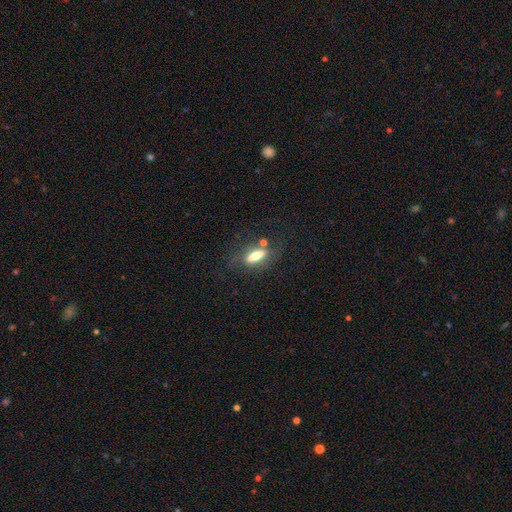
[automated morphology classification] A smooth galaxy with no disk features (59%) that is in between round and cigar-shaped (50%).

Vote fractions:
- Smooth or featured? smooth: 59% / featured or disk: 32% / star or artifact: 10%
- How rounded? in between: 50% / cigar-shaped: 45% / round: 4%
- Merging? none: 63% / minor disturbance: 17% / merger: 10% / major disturbance: 10%